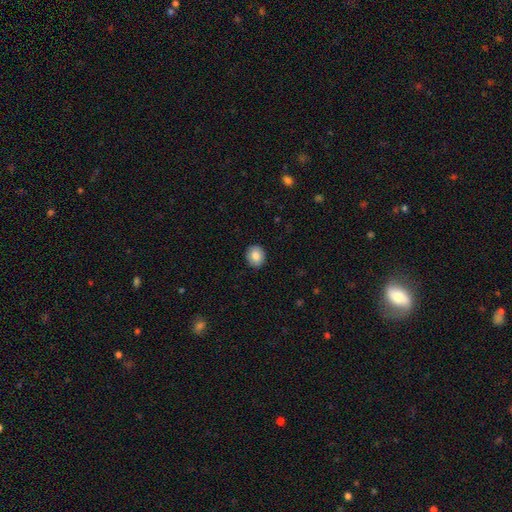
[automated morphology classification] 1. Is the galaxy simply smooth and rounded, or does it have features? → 84% smooth, 8% star or artifact, 7% featured or disk.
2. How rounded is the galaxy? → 70% round, 29% in between, 1% cigar-shaped.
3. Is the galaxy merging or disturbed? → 90% none, 7% minor disturbance, 2% major disturbance, 1% merger.